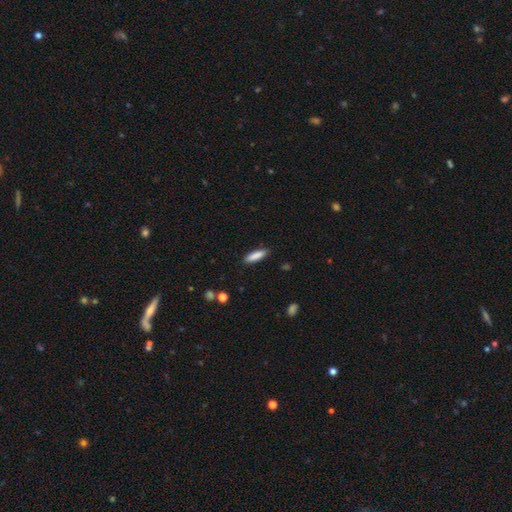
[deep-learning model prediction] A smooth galaxy with no disk features (86%) that is cigar-shaped (70%). Merging: none (88%).